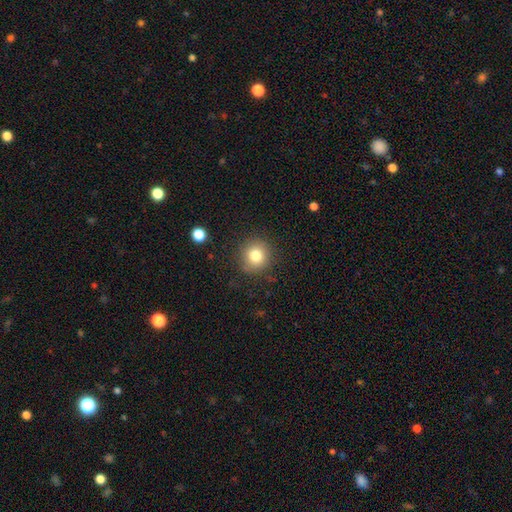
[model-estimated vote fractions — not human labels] smooth_or_featured: smooth (p=0.80) [alt: star or artifact p=0.11]
how_rounded: round (p=0.90) [alt: in between p=0.09]
merging: none (p=0.86) [alt: minor disturbance p=0.09]